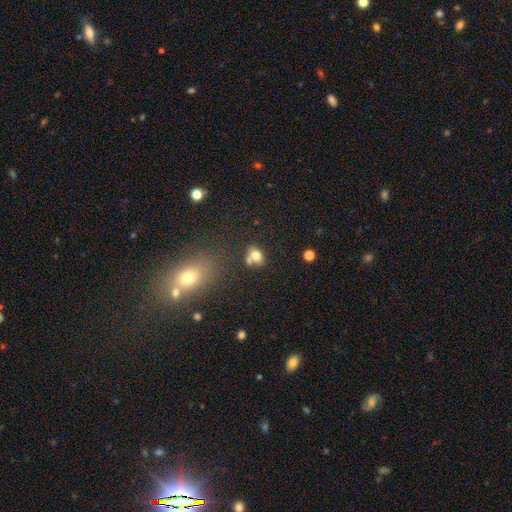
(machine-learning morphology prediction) The model was most divided on "how rounded": in between: 61%, round: 38%, cigar-shaped: 1%. More confident: smooth or featured — smooth (76%); merging — none (52%).